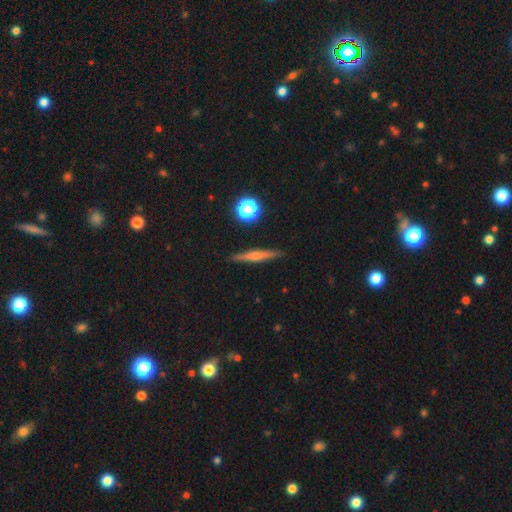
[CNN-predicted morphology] Q: Smooth or featured?
A: featured or disk (47%); runner-up: smooth (44%)
Q: Merging?
A: none (90%); runner-up: minor disturbance (7%)